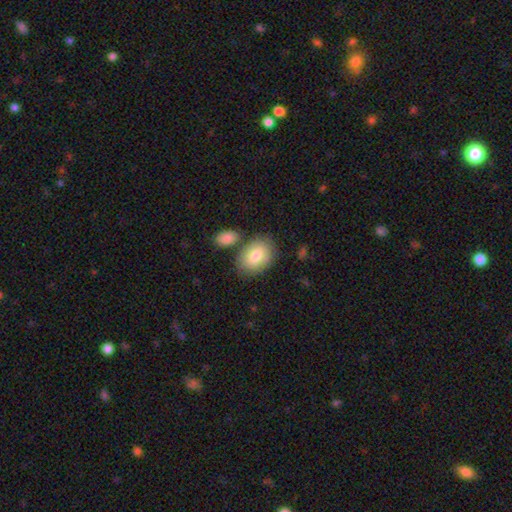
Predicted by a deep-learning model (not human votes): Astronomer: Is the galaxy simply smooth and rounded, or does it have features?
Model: smooth — 79%.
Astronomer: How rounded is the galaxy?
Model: in between — 82%.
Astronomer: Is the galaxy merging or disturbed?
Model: none — 69%.